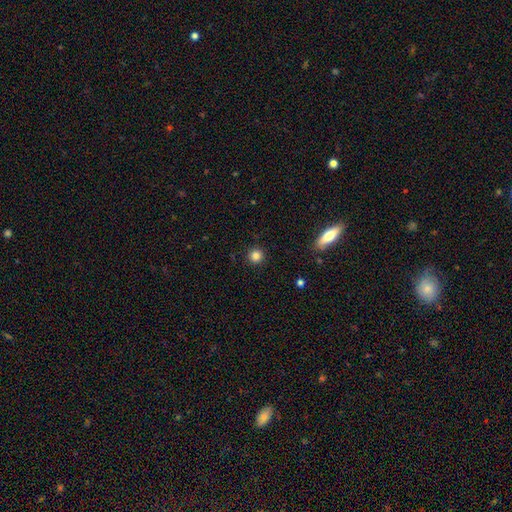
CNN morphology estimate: This appears to be a smooth galaxy with no disk features (84%) that is round (94%). Merging: none (91%).